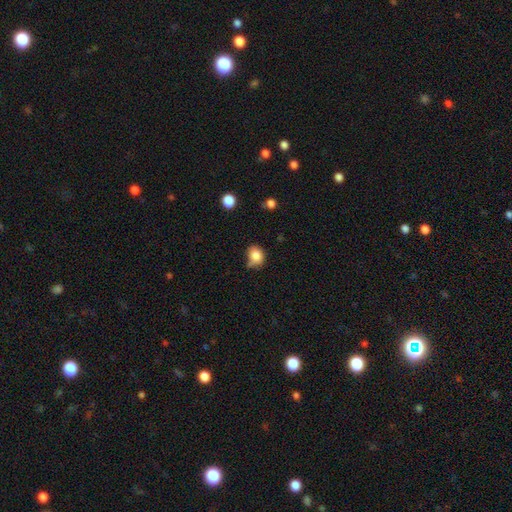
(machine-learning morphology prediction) smooth 82%, star or artifact 10%, featured or disk 8%. Down the decision tree: how rounded — round (57%); merging — none (50%).